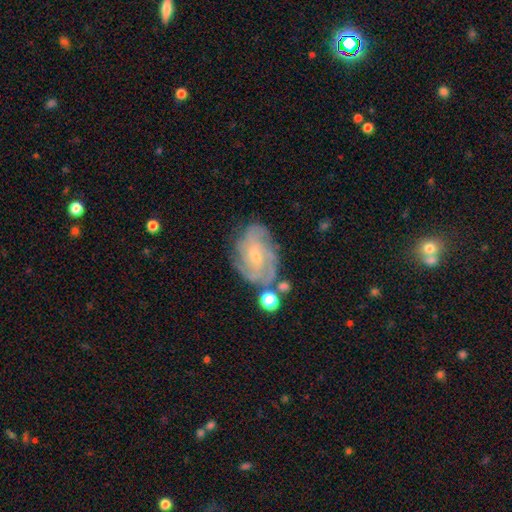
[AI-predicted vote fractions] featured or disk 81%, smooth 12%, star or artifact 7%. Down the decision tree: edge-on disk — no (97%); bar — no (63%); spiral arms — yes (95%); spiral arm count — can't tell (28%); spiral winding — tight (59%); bulge size — small (73%); merging — none (66%).